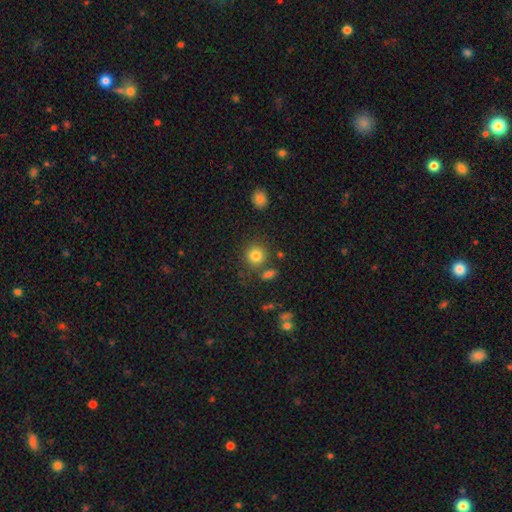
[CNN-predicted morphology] type=smooth (82%); roundness=round (89%); merging=none (76%).